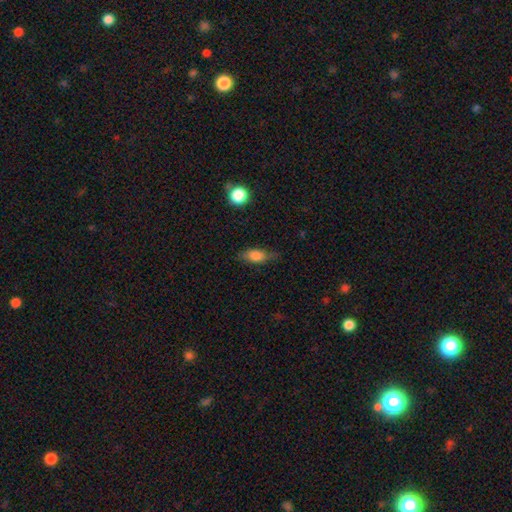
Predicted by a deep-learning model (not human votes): Smooth or featured?
  - smooth: 78% *
  - featured or disk: 14%
  - star or artifact: 8%
How rounded?
  - in between: 79% *
  - cigar-shaped: 14%
  - round: 7%
Merging?
  - none: 69% *
  - minor disturbance: 23%
  - major disturbance: 6%
  - merger: 2%